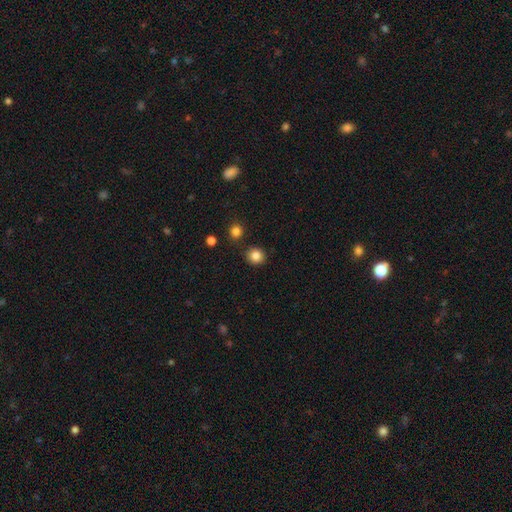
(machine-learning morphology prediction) A smooth galaxy with no disk features (85%) that is round (88%). Merging: none (87%).